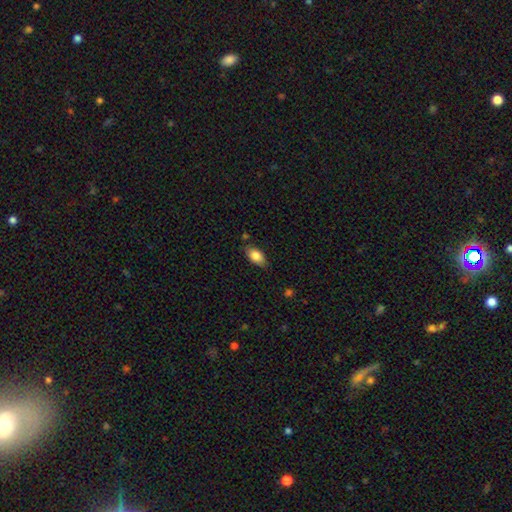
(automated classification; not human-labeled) Smooth or featured? smooth (83%)
How rounded? in between (91%)
Merging? none (79%)